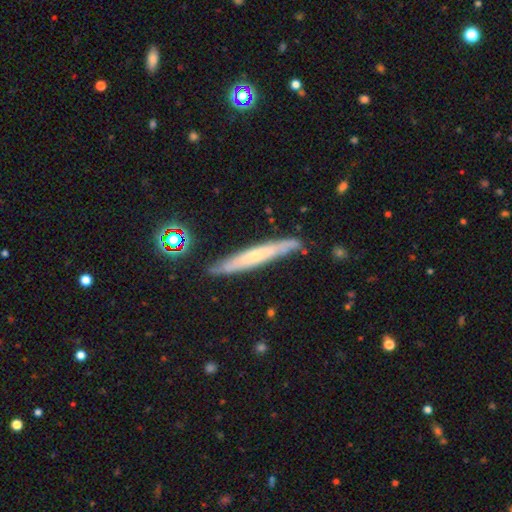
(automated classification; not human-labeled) Smooth or featured?
  - featured or disk: 52% *
  - smooth: 40%
  - star or artifact: 8%
Edge-on disk?
  - yes: 84% *
  - no: 16%
Merging?
  - none: 81% *
  - minor disturbance: 14%
  - major disturbance: 3%
  - merger: 2%